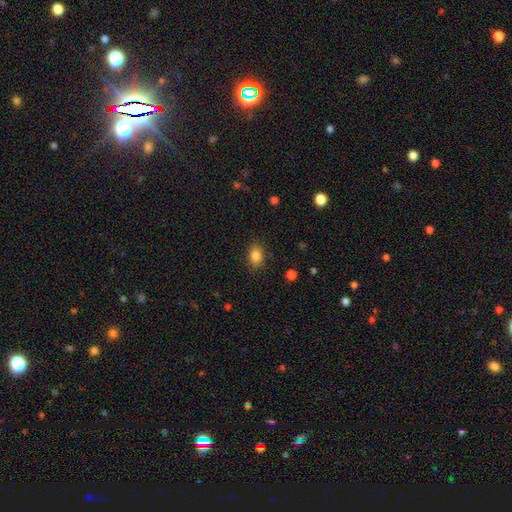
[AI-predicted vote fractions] Overall: smooth (84%). How rounded: in between (79%). Merging: none (86%).